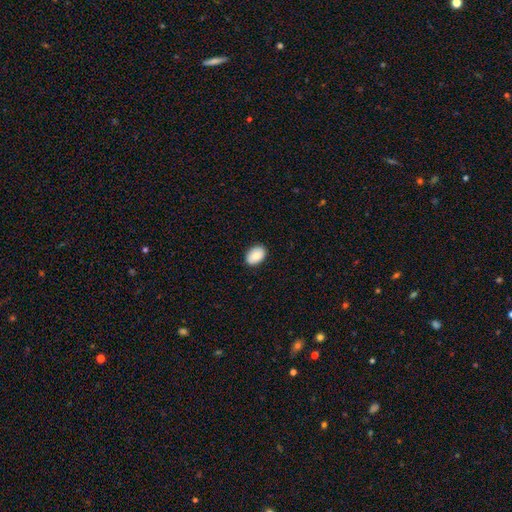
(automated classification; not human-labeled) Smooth or featured: smooth — 87% (star or artifact — 7%)
How rounded: in between — 83% (round — 16%)
Merging: none — 89% (minor disturbance — 9%)